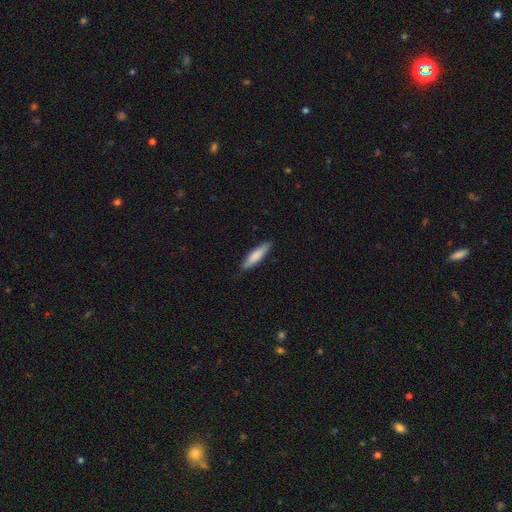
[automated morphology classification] A smooth galaxy with no disk features (81%) that is cigar-shaped (73%).

Vote fractions:
- Smooth or featured? smooth: 81% / featured or disk: 14% / star or artifact: 5%
- How rounded? cigar-shaped: 73% / in between: 26% / round: 1%
- Merging? none: 85% / minor disturbance: 12% / major disturbance: 2% / merger: 1%